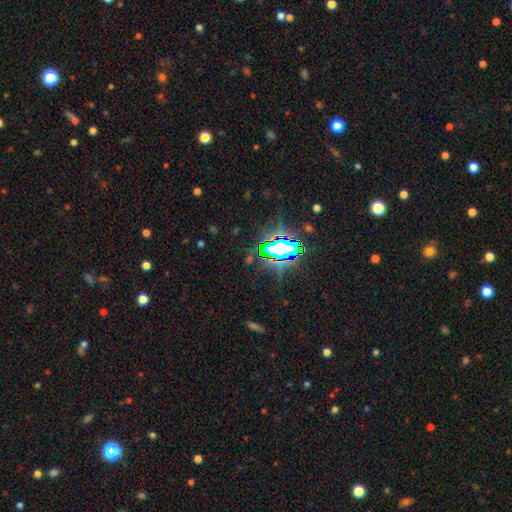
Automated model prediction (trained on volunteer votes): smooth_or_featured: star or artifact (p=0.80) [alt: smooth p=0.11]